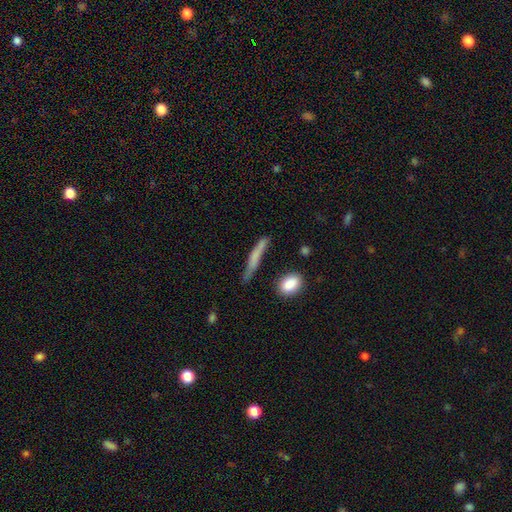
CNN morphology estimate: The model was most divided on "smooth or featured": smooth: 63%, featured or disk: 28%, star or artifact: 8%. More confident: how rounded — cigar-shaped (90%); merging — none (66%).